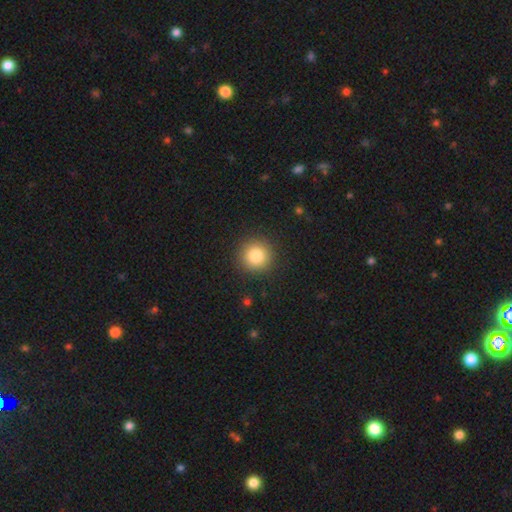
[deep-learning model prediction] Smooth or featured: smooth — 85% (star or artifact — 10%)
How rounded: round — 95% (in between — 4%)
Merging: none — 91% (minor disturbance — 6%)